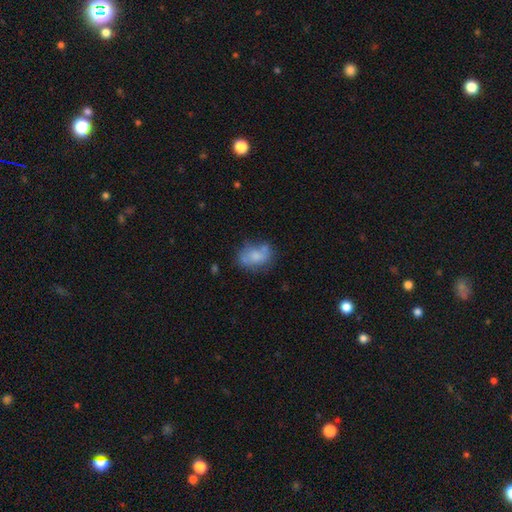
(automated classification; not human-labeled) A smooth galaxy with no disk features (65%) that is in between round and cigar-shaped (78%).

Vote fractions:
- Smooth or featured? smooth: 65% / featured or disk: 26% / star or artifact: 9%
- How rounded? in between: 78% / round: 20% / cigar-shaped: 2%
- Merging? none: 50% / minor disturbance: 25% / merger: 14% / major disturbance: 11%